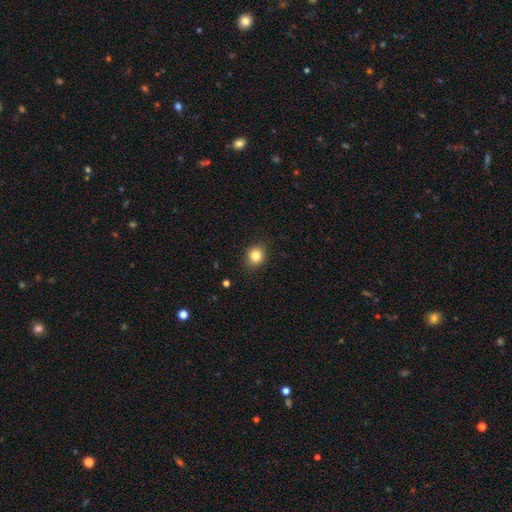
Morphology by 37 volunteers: Smooth or featured?
  - smooth: 95% *
  - star or artifact: 5%
  - featured or disk: 0%
How rounded?
  - round: 74% *
  - in between: 26%
  - cigar-shaped: 0%
Merging?
  - none: 89% *
  - minor disturbance: 9%
  - major disturbance: 3%
  - merger: 0%